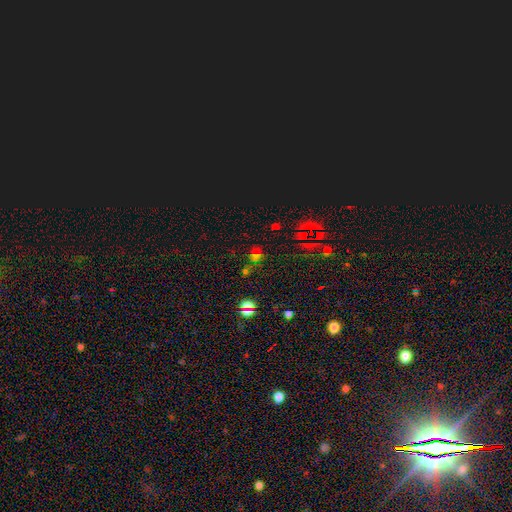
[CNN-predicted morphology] Smooth or featured: star or artifact — 59% (smooth — 31%)